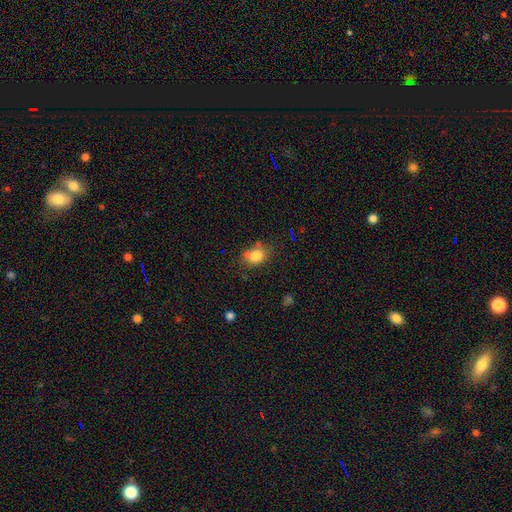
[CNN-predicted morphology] A smooth galaxy with no disk features (80%) that is in between round and cigar-shaped (61%). Merging: none (65%).